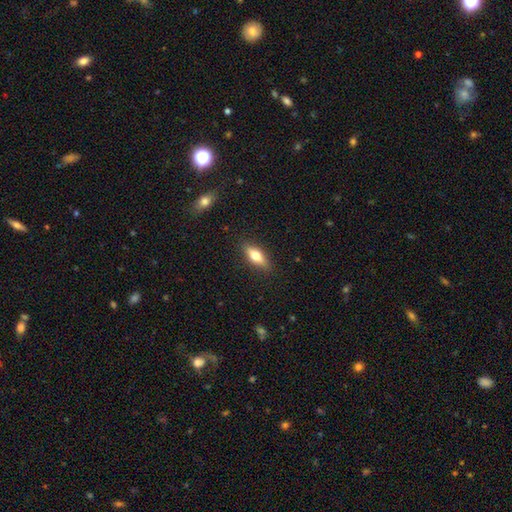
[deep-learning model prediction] Morphology: type=smooth (65%); roundness=in between (66%); merging=none (86%).